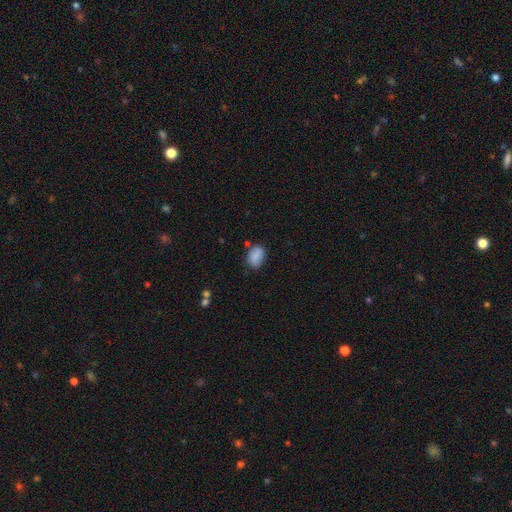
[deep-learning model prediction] A smooth galaxy with no disk features (84%) that is in between round and cigar-shaped (81%). Merging: none (69%).